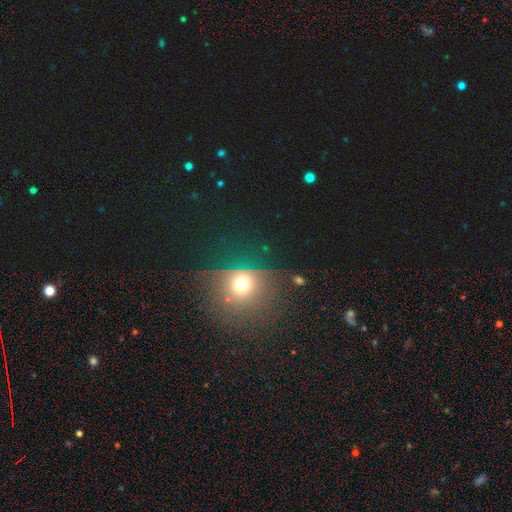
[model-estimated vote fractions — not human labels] This appears to be a smooth galaxy with no disk features (48%). Merging: none (86%).